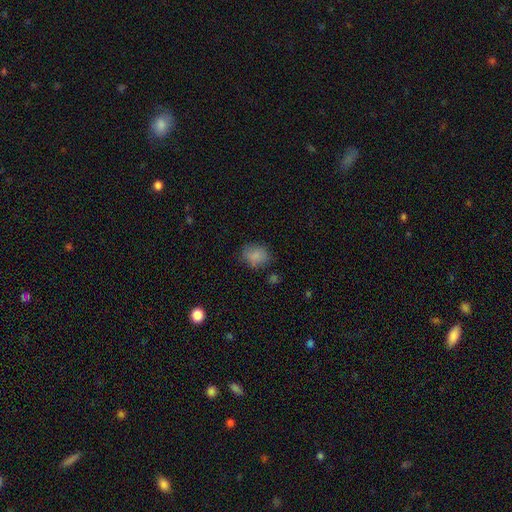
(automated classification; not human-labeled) The model was most divided on "how rounded": round: 50%, in between: 49%, cigar-shaped: 1%. More confident: smooth or featured — smooth (82%); merging — none (74%).